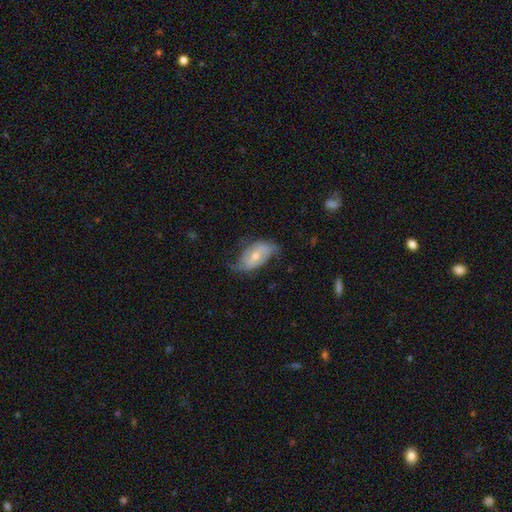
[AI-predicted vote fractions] Smooth or featured: featured or disk — 60% (smooth — 34%)
Edge-on disk: no — 93% (yes — 7%)
Bar: weak — 42% (no — 37%)
Spiral arms: yes — 76% (no — 24%)
Bulge size: moderate — 60% (small — 35%)
Merging: none — 54% (minor disturbance — 31%)